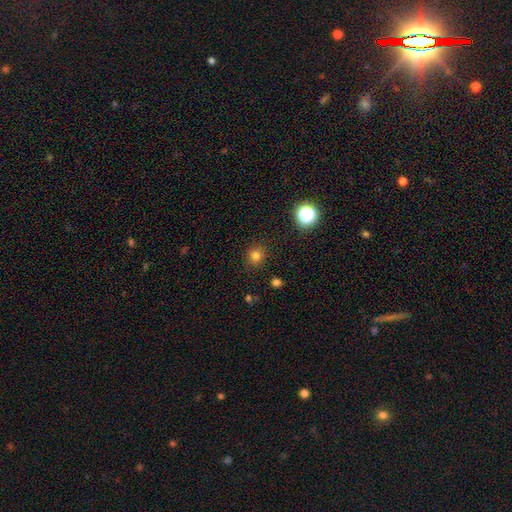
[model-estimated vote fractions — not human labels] smooth 78%, star or artifact 16%, featured or disk 6%. Down the decision tree: how rounded — round (88%); merging — none (88%).